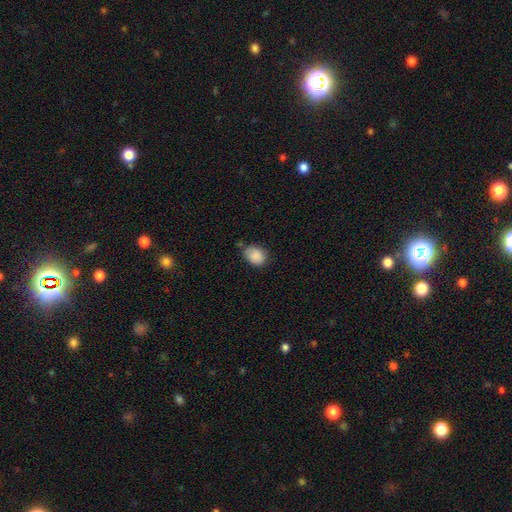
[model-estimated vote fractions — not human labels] A smooth galaxy with no disk features (88%) that is in between round and cigar-shaped (63%).

Vote fractions:
- Smooth or featured? smooth: 88% / star or artifact: 8% / featured or disk: 5%
- How rounded? in between: 63% / round: 36% / cigar-shaped: 1%
- Merging? none: 63% / minor disturbance: 27% / major disturbance: 5% / merger: 4%